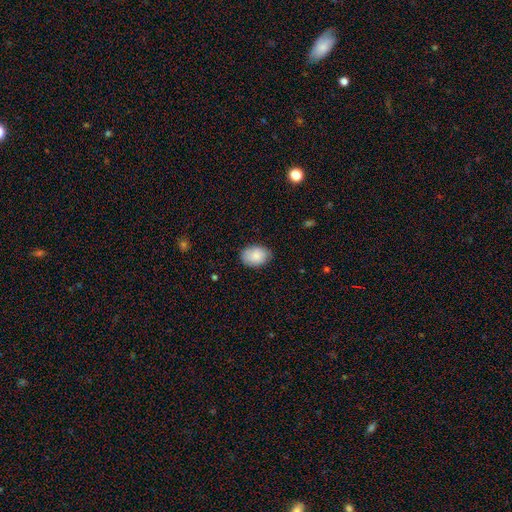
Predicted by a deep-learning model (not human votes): Smooth or featured: smooth — 86% (featured or disk — 7%)
How rounded: in between — 80% (round — 19%)
Merging: none — 82% (minor disturbance — 14%)